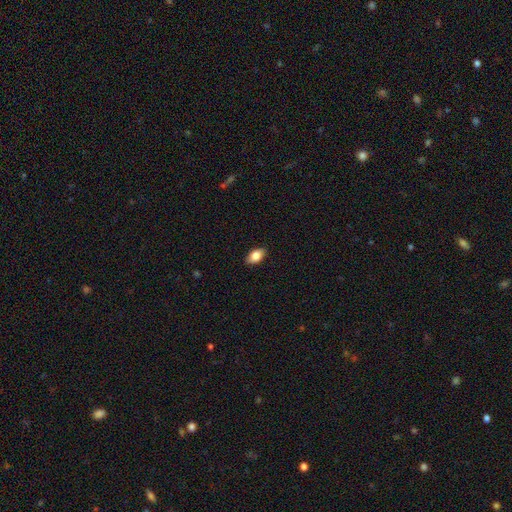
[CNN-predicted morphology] smooth-or-featured: smooth: 83% | featured or disk: 10% | star or artifact: 7%
  how-rounded: in between: 91% | round: 6% | cigar-shaped: 3%
  merging: none: 88% | minor disturbance: 9% | major disturbance: 2% | merger: 1%